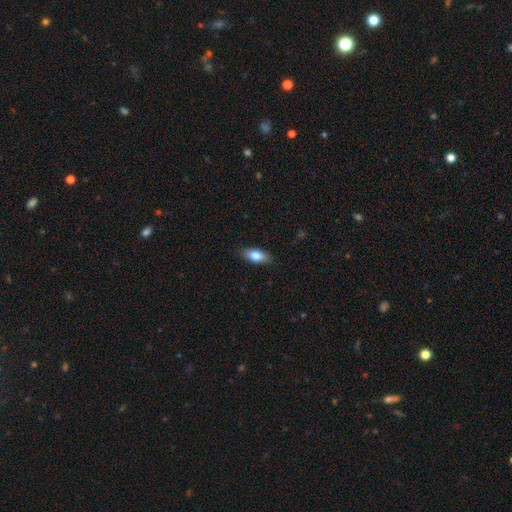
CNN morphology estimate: Q: Smooth or featured?
A: smooth (81%); runner-up: featured or disk (12%)
Q: How rounded?
A: in between (83%); runner-up: cigar-shaped (14%)
Q: Merging?
A: none (86%); runner-up: minor disturbance (11%)